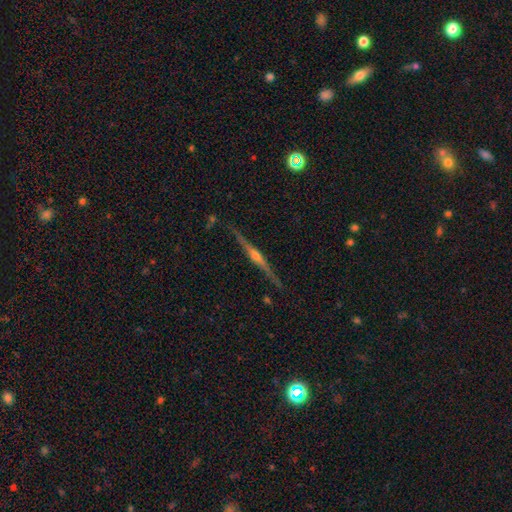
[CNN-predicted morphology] This is clearly a featured or disk galaxy (85%). It is clearly viewed edge-on (98%). Edge-on bulge: clearly rounded (89%). Merging: clearly none (88%).